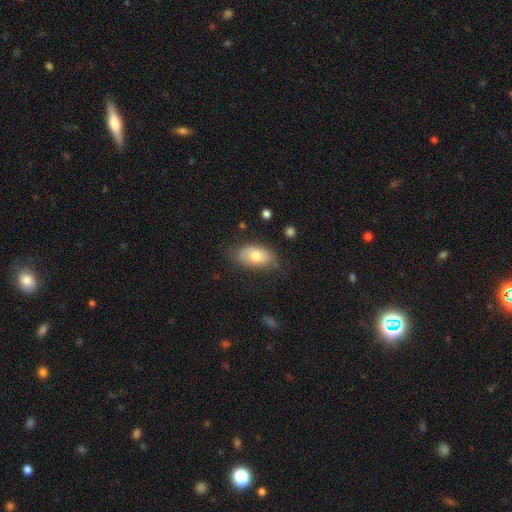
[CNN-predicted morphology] smooth-or-featured: smooth: 71% | featured or disk: 22% | star or artifact: 7%
  how-rounded: in between: 93% | round: 5% | cigar-shaped: 2%
  merging: none: 67% | minor disturbance: 24% | major disturbance: 7% | merger: 2%